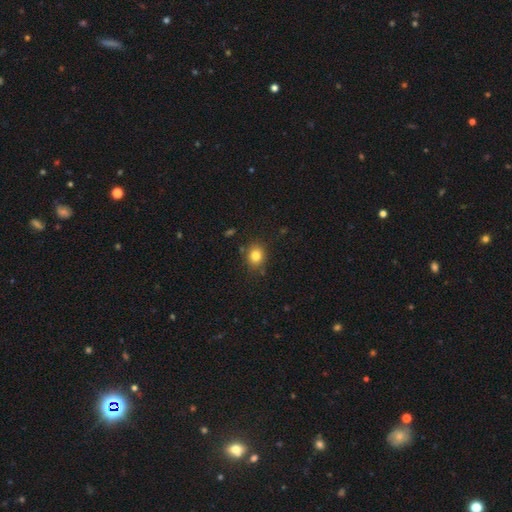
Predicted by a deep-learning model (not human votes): Smooth or featured?
  - smooth: 81% *
  - star or artifact: 12%
  - featured or disk: 7%
How rounded?
  - round: 70% *
  - in between: 29%
  - cigar-shaped: 1%
Merging?
  - none: 83% *
  - minor disturbance: 11%
  - merger: 3%
  - major disturbance: 3%